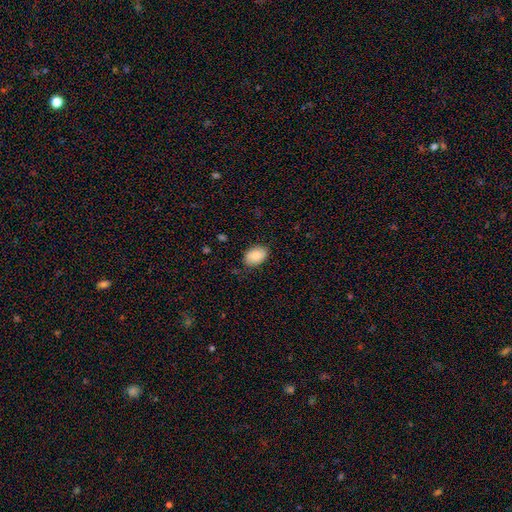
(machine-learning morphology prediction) Q: Smooth or featured?
A: smooth (84%); runner-up: featured or disk (9%)
Q: How rounded?
A: in between (86%); runner-up: round (13%)
Q: Merging?
A: none (83%); runner-up: minor disturbance (13%)